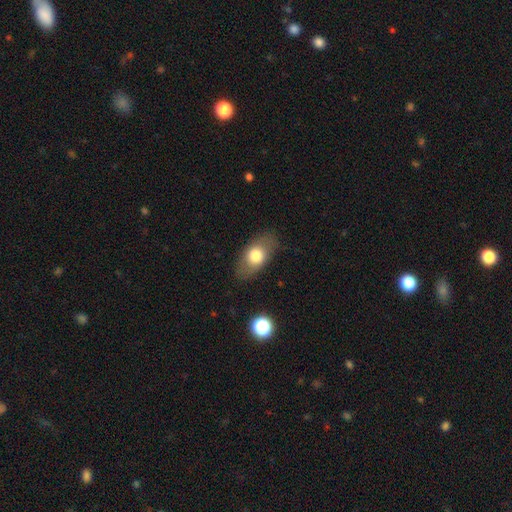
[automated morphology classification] Overall: smooth (71%). How rounded: in between (86%). Merging: none (81%).